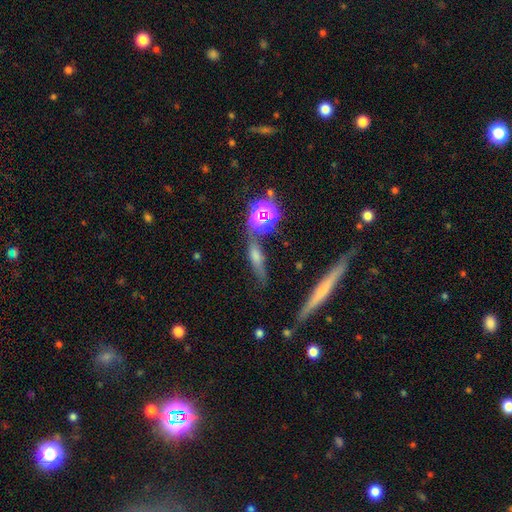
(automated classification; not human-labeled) Smooth or featured: featured or disk — 40% (smooth — 38%)
Merging: none — 62% (minor disturbance — 19%)